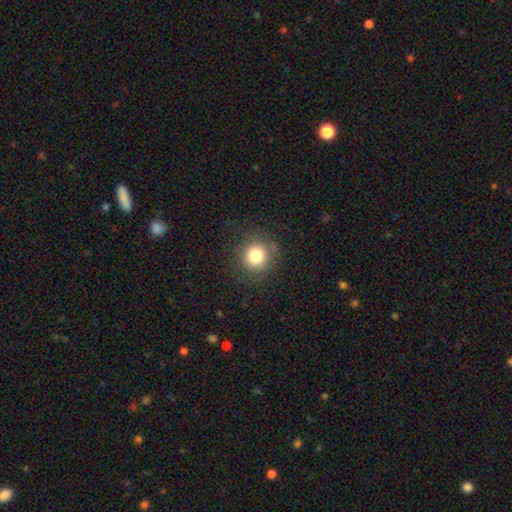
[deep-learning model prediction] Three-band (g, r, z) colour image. It shows a smooth galaxy with no disk features (81%) that is round (93%). Merging: none (87%).